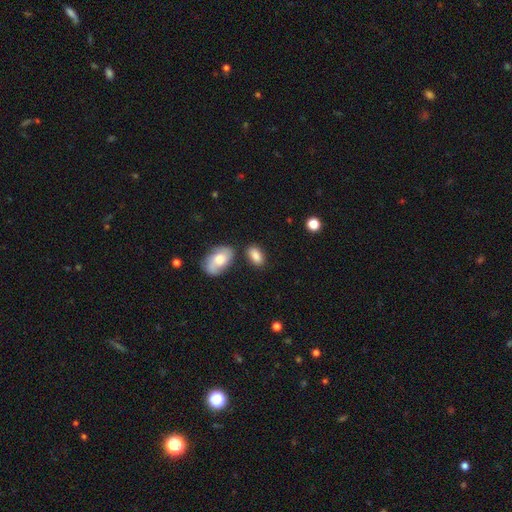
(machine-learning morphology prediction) Overall: smooth (83%). How rounded: in between (90%). Merging: none (73%).